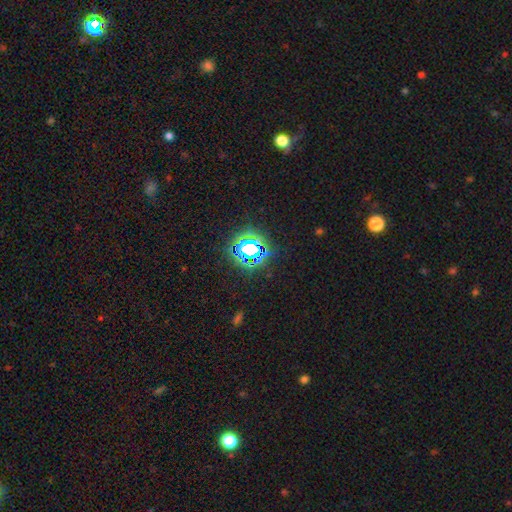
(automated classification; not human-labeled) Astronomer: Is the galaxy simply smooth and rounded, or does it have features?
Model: star or artifact — 73%.